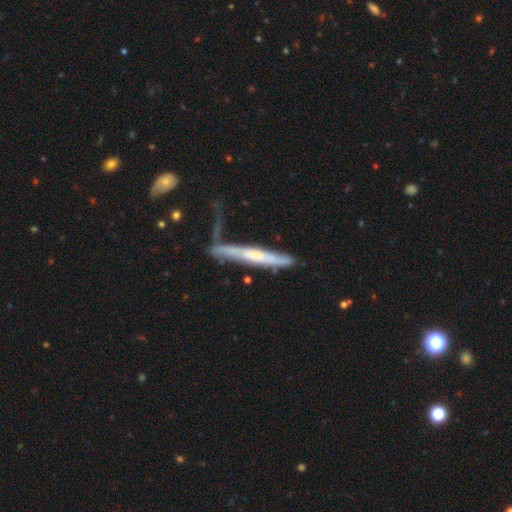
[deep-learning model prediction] The model was most divided on "merging": none: 46%, minor disturbance: 26%, major disturbance: 16%, merger: 12%. More confident: edge-on disk — yes (84%); smooth or featured — featured or disk (59%).